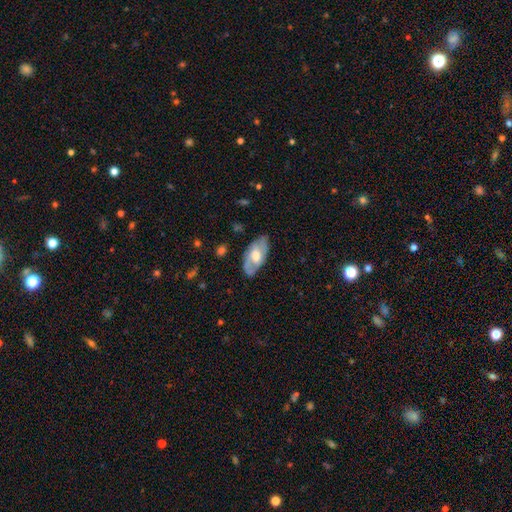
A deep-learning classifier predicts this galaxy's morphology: Smooth or featured?
  - featured or disk: 66% *
  - smooth: 29%
  - star or artifact: 6%
Edge-on disk?
  - no: 90% *
  - yes: 10%
Bar?
  - no: 52% *
  - weak: 38%
  - strong: 10%
Spiral arms?
  - yes: 78% *
  - no: 22%
Bulge size?
  - moderate: 56% *
  - large: 27%
  - small: 12%
  - none: 3%
  - dominant: 2%
Merging?
  - none: 75% *
  - minor disturbance: 19%
  - major disturbance: 5%
  - merger: 1%